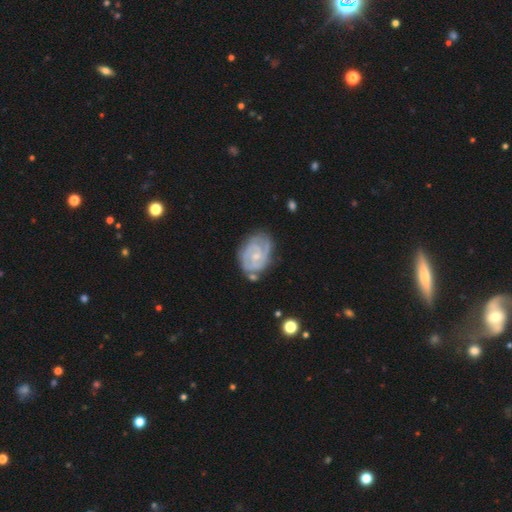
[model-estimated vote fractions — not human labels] Morphology: type=featured or disk (86%); edge-on=no (98%); bar=no (56%); spiral arms=yes (96%); winding=tight (65%); arm count=2 (53%); bulge=small (65%); merging=none (66%).